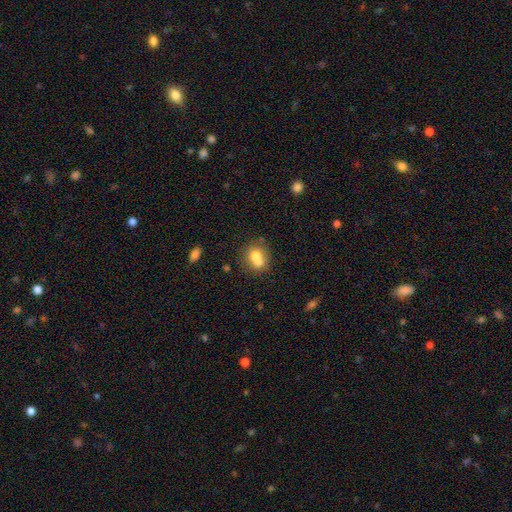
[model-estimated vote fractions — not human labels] Smooth or featured? smooth (69%)
How rounded? round (65%)
Merging? merger (53%)